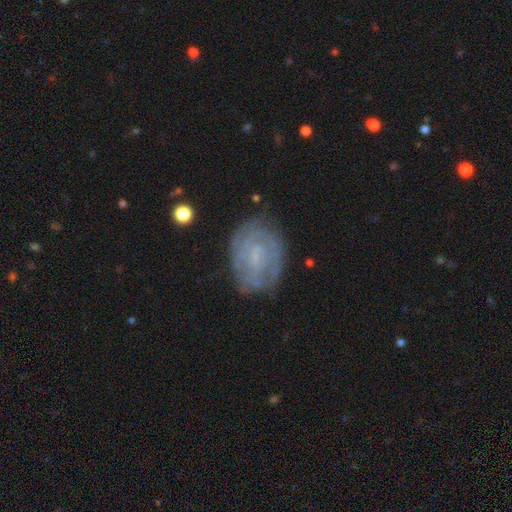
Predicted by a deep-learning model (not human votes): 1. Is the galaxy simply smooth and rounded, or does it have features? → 68% featured or disk, 24% smooth, 8% star or artifact.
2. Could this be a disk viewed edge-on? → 97% no, 3% yes.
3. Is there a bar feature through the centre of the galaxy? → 48% weak, 42% no, 10% strong.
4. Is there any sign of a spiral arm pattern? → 79% yes, 21% no.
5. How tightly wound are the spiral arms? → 61% tight, 30% medium, 10% loose.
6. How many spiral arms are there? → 50% can't tell, 27% 2, 10% 3, 5% 4, 4% 1, 4% more than 4.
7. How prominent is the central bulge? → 49% small, 35% none, 14% moderate, 1% large, 1% dominant.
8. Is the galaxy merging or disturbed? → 72% none, 19% minor disturbance, 7% major disturbance, 2% merger.